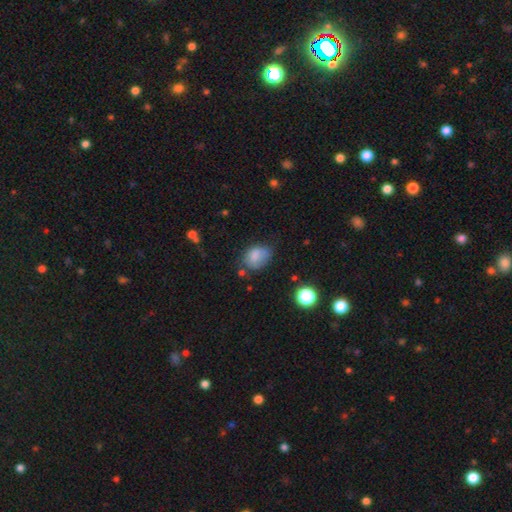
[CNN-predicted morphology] smooth-or-featured: smooth: 77% | featured or disk: 12% | star or artifact: 11%
  how-rounded: in between: 70% | round: 28% | cigar-shaped: 1%
  merging: none: 51% | minor disturbance: 31% | major disturbance: 12% | merger: 6%